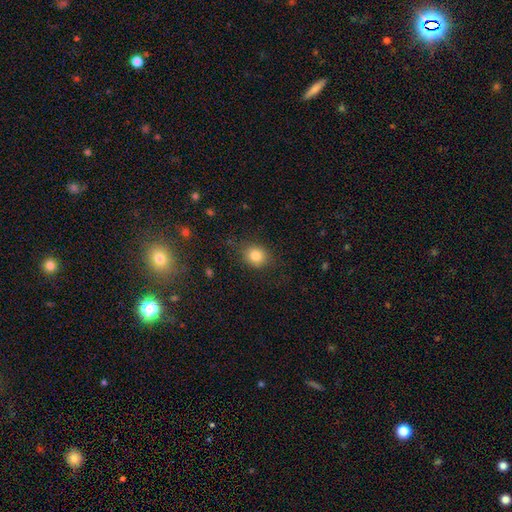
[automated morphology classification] This appears to be a smooth galaxy with no disk features (82%) that is round (67%). Merging: none (78%).